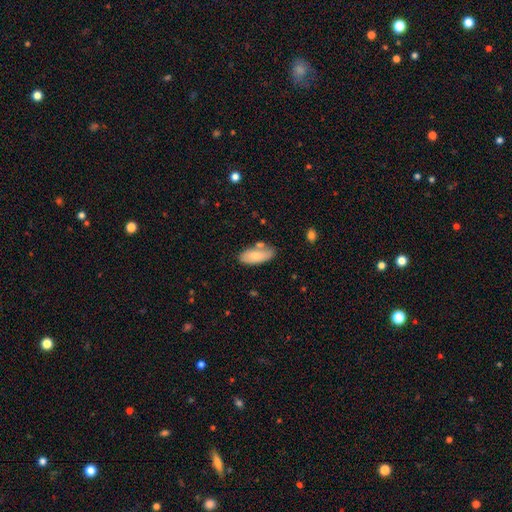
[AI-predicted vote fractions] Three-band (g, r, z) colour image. It shows a smooth galaxy with no disk features (76%) that is in between round and cigar-shaped (85%). Merging: none (66%).